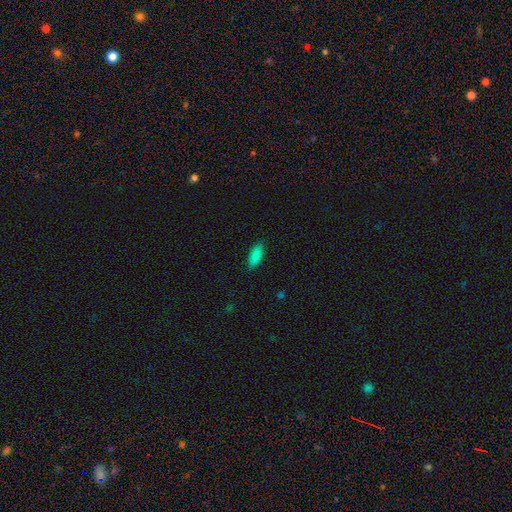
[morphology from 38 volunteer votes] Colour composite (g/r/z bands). It shows a smooth galaxy with no disk features (95%) that is in between round and cigar-shaped (89%). Merging: none (82%).